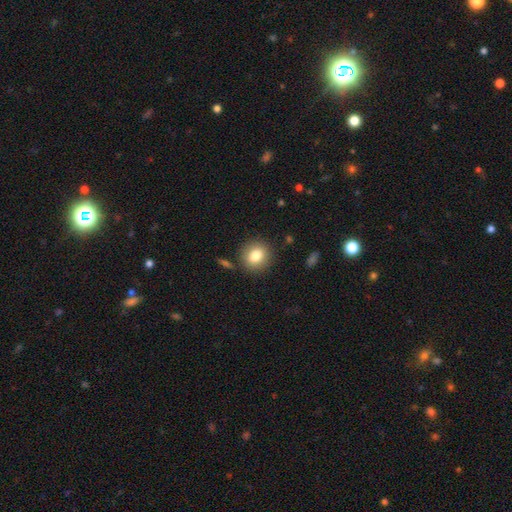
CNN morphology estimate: This is clearly a smooth galaxy (81%). How rounded: likely round (79%). Merging: clearly none (87%).